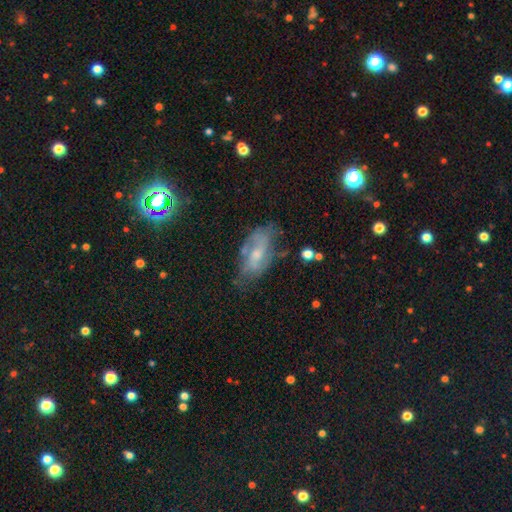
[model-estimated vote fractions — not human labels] The model was most divided on "bulge size": moderate: 46%, small: 41%, none: 7%, large: 4%, dominant: 1%. More confident: edge-on disk — no (93%); spiral arms — yes (70%); smooth or featured — featured or disk (62%); bar — no (60%); merging — none (53%).